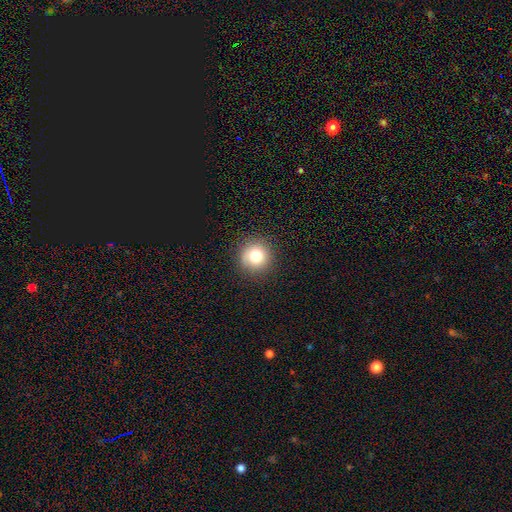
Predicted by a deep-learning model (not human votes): Smooth or featured?
  - smooth: 79% *
  - star or artifact: 12%
  - featured or disk: 10%
How rounded?
  - round: 93% *
  - in between: 6%
  - cigar-shaped: 1%
Merging?
  - none: 87% *
  - minor disturbance: 9%
  - major disturbance: 3%
  - merger: 1%